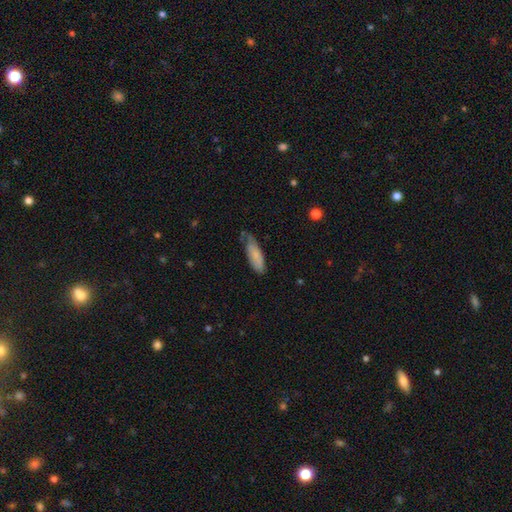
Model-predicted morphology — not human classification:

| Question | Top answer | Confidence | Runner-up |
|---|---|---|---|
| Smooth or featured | smooth | 74% | featured or disk (19%) |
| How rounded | in between | 60% | cigar-shaped (39%) |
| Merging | none | 50% | minor disturbance (38%) |